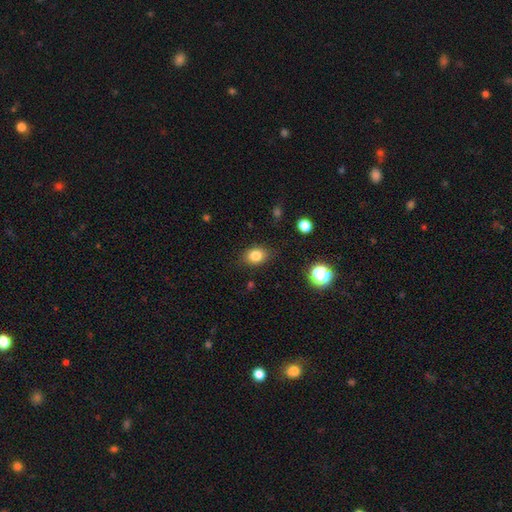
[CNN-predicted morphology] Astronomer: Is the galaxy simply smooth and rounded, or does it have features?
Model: smooth — 82%.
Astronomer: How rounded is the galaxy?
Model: in between — 63%.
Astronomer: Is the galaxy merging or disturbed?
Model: none — 85%.